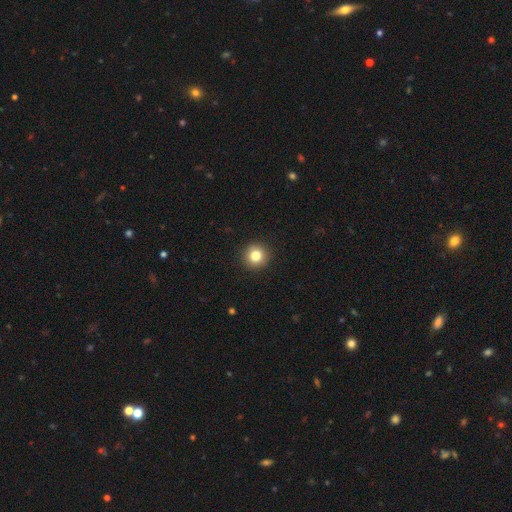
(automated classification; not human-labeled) This appears to be a smooth galaxy with no disk features (82%) that is round (94%). Merging: none (92%).